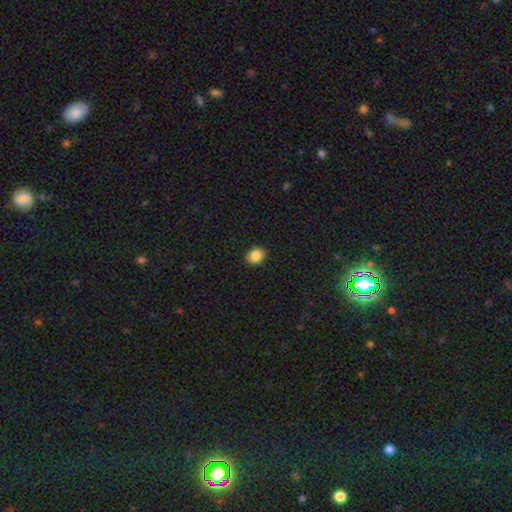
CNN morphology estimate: Smooth or featured: smooth — 86% (star or artifact — 9%)
How rounded: in between — 53% (round — 46%)
Merging: none — 90% (minor disturbance — 7%)